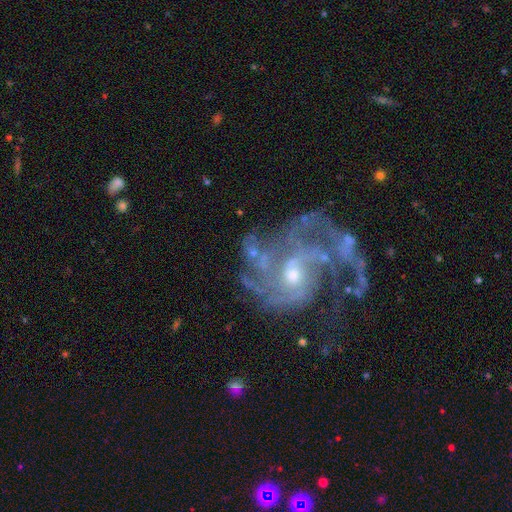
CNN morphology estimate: A featured or disk galaxy (86%) with no bar (67%), medium (42%) spiral arms (92%) and a small central bulge (51%). Merging: none (38%).